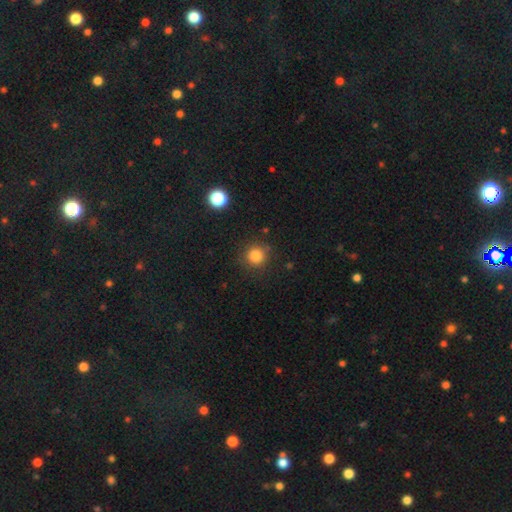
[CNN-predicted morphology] Q: Smooth or featured?
A: smooth (83%); runner-up: star or artifact (12%)
Q: How rounded?
A: round (93%); runner-up: in between (6%)
Q: Merging?
A: none (86%); runner-up: minor disturbance (9%)